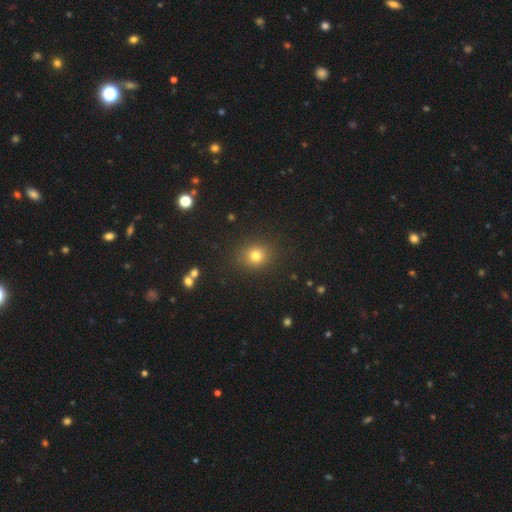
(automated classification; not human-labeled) Smooth or featured? smooth (78%)
How rounded? round (77%)
Merging? none (87%)